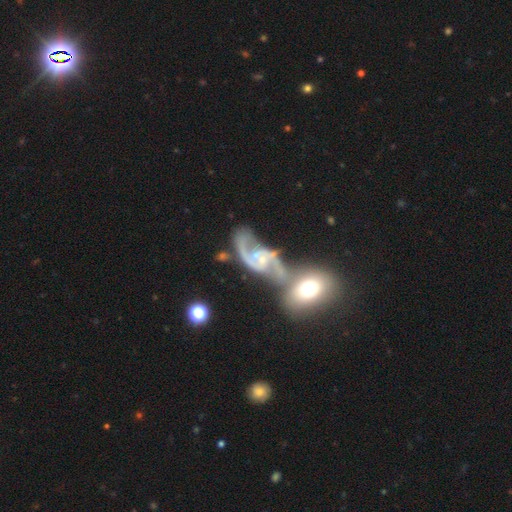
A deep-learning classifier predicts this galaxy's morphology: This is clearly a featured or disk galaxy (86%). It is clearly not viewed edge-on (97%). Bar: possibly no (48%). Spiral arm pattern: clearly yes (93%). Spiral arm count: clearly 2 (88%). Spiral winding: likely loose (64%). Central bulge: possibly small (60%). Merging: possibly merger (53%).